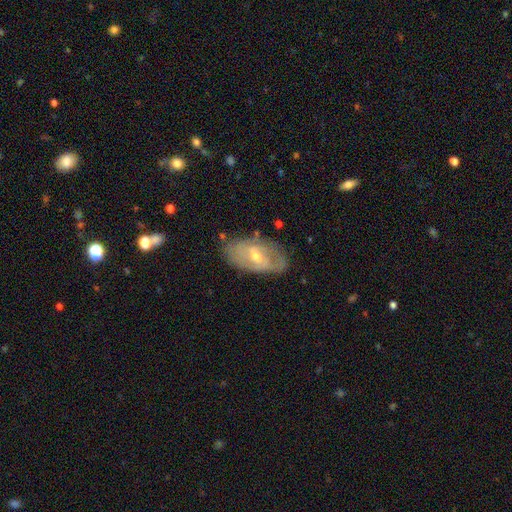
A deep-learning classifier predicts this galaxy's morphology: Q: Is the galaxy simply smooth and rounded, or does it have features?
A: featured or disk — 69%.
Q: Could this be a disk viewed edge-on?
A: no — 91%.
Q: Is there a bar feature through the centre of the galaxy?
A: weak — 52%.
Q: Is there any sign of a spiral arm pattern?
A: yes — 70%.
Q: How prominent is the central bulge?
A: moderate — 50%.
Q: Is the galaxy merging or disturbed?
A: none — 69%.